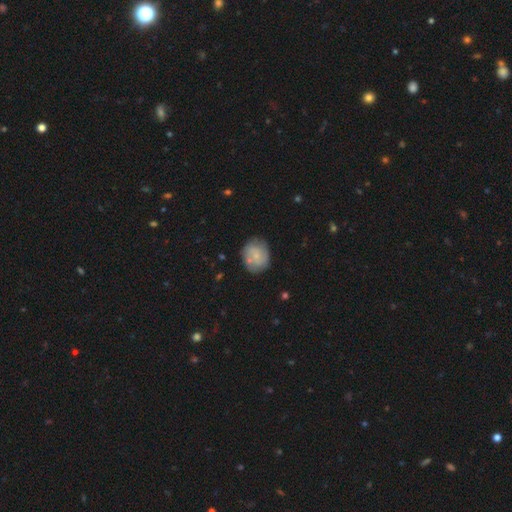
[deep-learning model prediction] This is possibly a smooth galaxy (55%). How rounded: likely round (63%). Merging: likely none (65%).